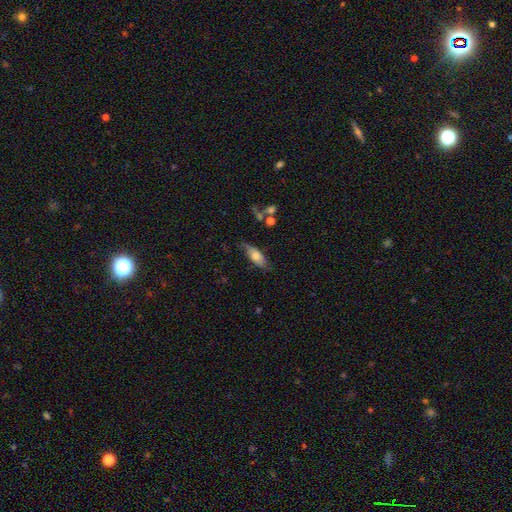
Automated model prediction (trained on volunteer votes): This appears to be a smooth galaxy with no disk features (66%) that is in between round and cigar-shaped (71%). Merging: none (65%).